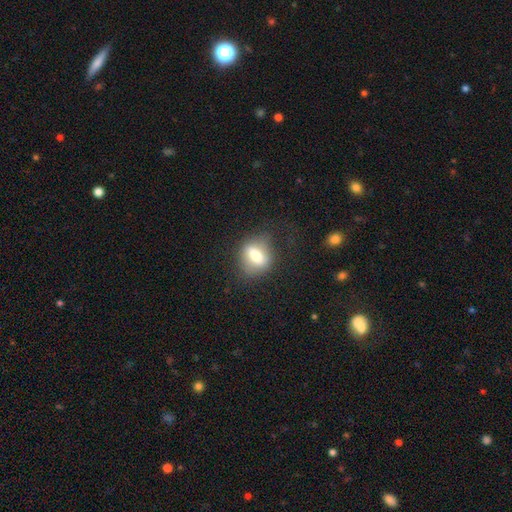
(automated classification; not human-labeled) Q: Smooth or featured?
A: smooth (61%); runner-up: featured or disk (29%)
Q: How rounded?
A: in between (57%); runner-up: round (32%)
Q: Merging?
A: none (69%); runner-up: minor disturbance (18%)